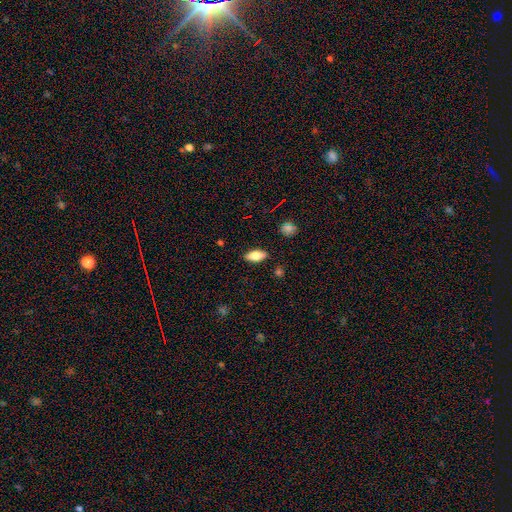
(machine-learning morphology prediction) type=smooth (76%); roundness=in between (85%); merging=none (87%).